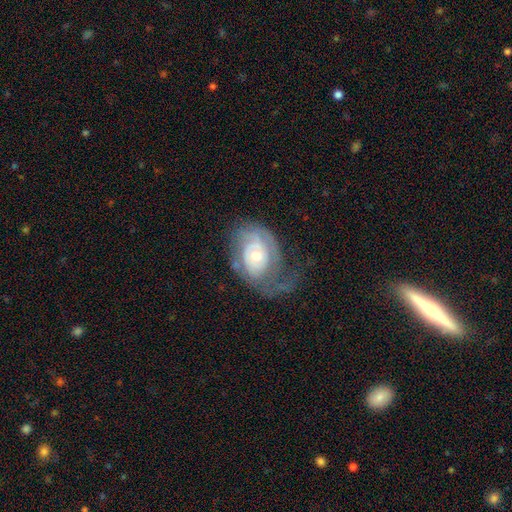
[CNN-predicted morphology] This appears to be a featured or disk galaxy (80%) with no bar (75%), 2 (41%) tight (57%) spiral arms (88%) and a moderate central bulge (53%). Merging: none (45%).